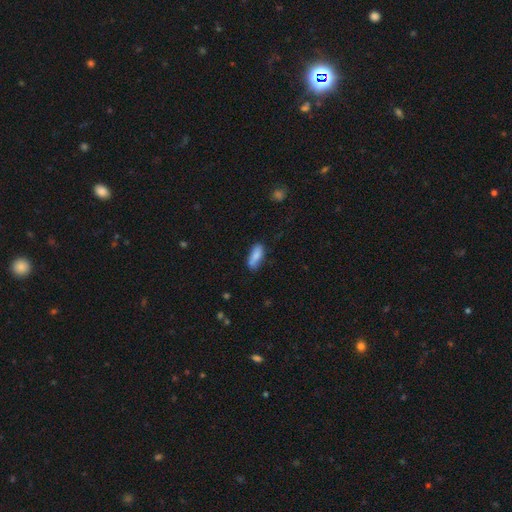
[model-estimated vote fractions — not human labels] Smooth or featured: smooth — 82% (featured or disk — 11%)
How rounded: in between — 69% (cigar-shaped — 28%)
Merging: none — 69% (minor disturbance — 23%)